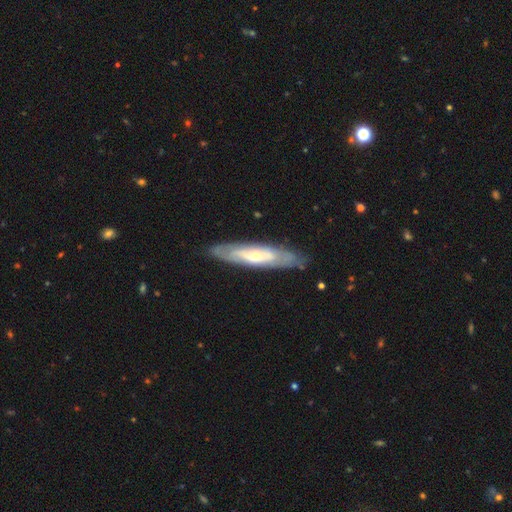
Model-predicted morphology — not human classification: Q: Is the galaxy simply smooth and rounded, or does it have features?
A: featured or disk — 63%.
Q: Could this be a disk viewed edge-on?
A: no — 57%.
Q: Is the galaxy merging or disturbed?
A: none — 82%.